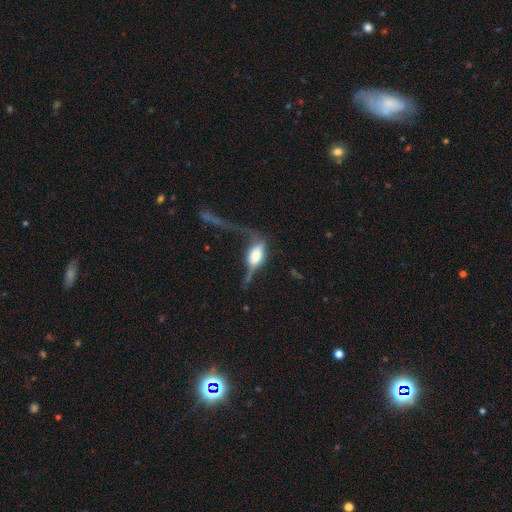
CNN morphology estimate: type=featured or disk (54%); edge-on=yes (73%); merging=major disturbance (49%).